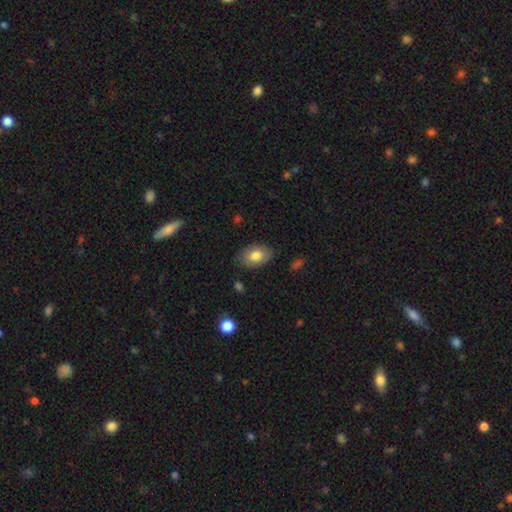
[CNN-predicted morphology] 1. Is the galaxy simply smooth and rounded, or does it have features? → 80% smooth, 13% featured or disk, 7% star or artifact.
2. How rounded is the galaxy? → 90% in between, 9% round, 1% cigar-shaped.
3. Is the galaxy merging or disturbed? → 82% none, 13% minor disturbance, 3% major disturbance, 1% merger.